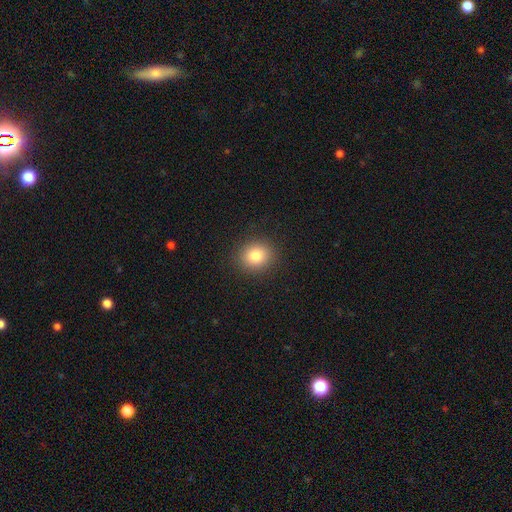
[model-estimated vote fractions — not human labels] Smooth or featured? Predicted: smooth (p=0.81). How rounded? Predicted: round (p=0.76). Merging? Predicted: none (p=0.90).